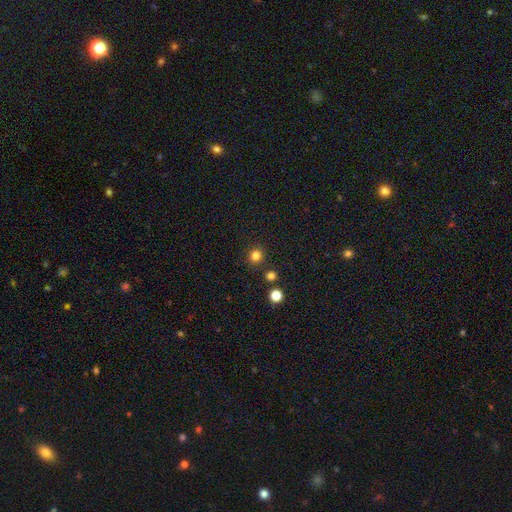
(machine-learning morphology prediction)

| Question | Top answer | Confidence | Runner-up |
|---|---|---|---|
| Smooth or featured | smooth | 81% | star or artifact (15%) |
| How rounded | round | 90% | in between (9%) |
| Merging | none | 88% | minor disturbance (6%) |